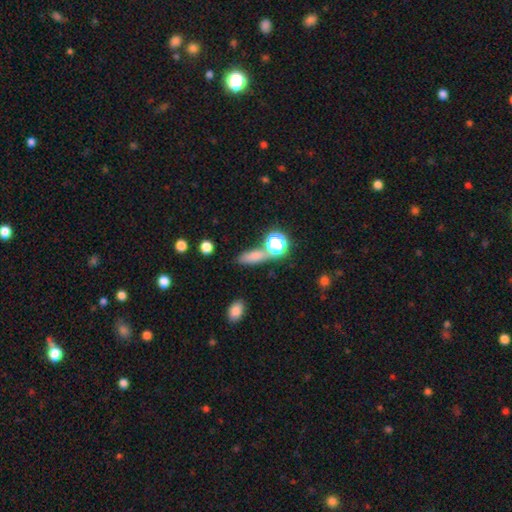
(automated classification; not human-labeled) Smooth or featured?
  - smooth: 74% *
  - star or artifact: 16%
  - featured or disk: 10%
How rounded?
  - in between: 47% *
  - cigar-shaped: 38%
  - round: 15%
Merging?
  - none: 64% *
  - merger: 16%
  - minor disturbance: 13%
  - major disturbance: 6%